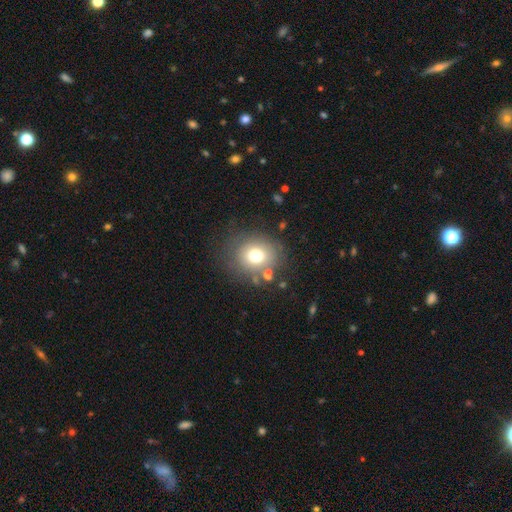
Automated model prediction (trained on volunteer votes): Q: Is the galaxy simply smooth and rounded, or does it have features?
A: smooth — 71%.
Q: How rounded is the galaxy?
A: round — 77%.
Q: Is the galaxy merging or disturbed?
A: none — 77%.